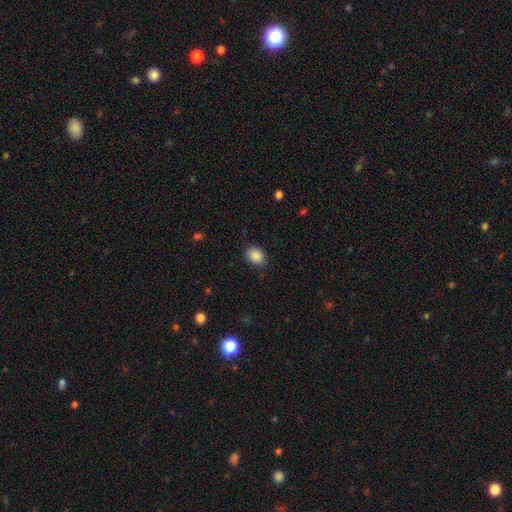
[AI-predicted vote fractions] A smooth galaxy with no disk features (88%) that is in between round and cigar-shaped (62%). Merging: none (84%).